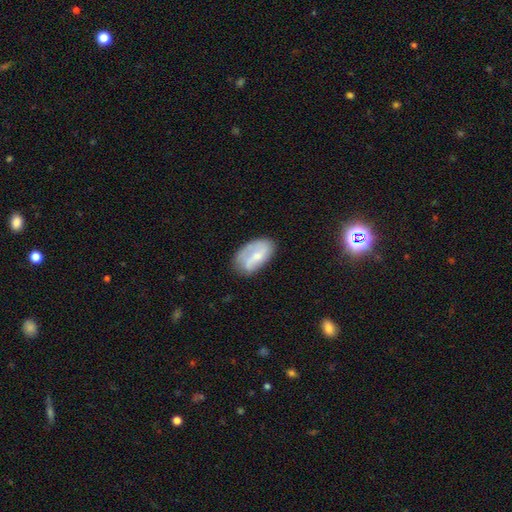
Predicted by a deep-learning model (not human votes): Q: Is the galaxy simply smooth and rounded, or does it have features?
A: featured or disk — 54%.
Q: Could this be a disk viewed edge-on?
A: no — 94%.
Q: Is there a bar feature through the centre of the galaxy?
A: no — 44%.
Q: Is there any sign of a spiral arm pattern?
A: yes — 74%.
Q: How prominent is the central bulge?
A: small — 52%.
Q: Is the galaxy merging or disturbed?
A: none — 62%.